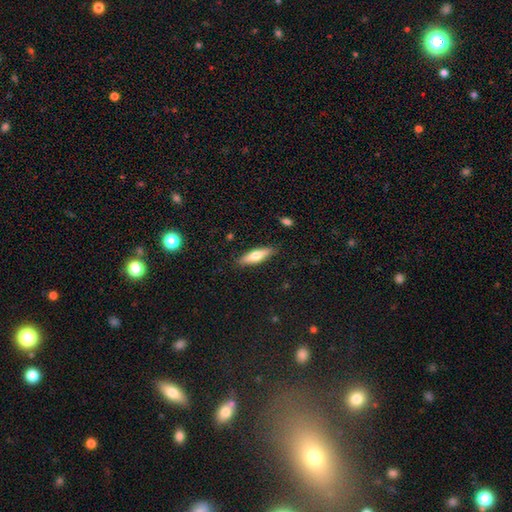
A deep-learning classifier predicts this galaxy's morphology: Smooth or featured? Predicted: smooth (p=0.58). How rounded? Predicted: cigar-shaped (p=0.59). Merging? Predicted: none (p=0.87).